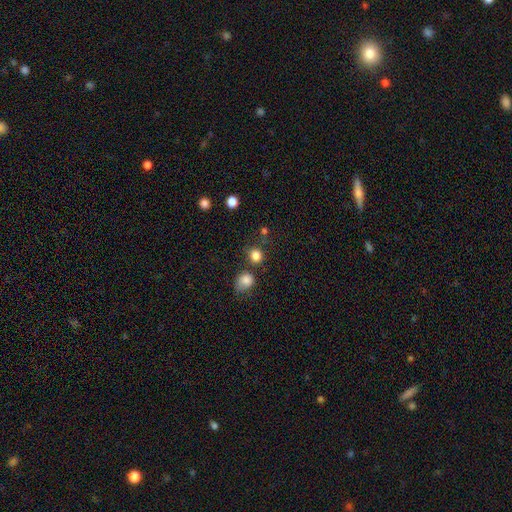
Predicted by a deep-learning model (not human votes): This appears to be a smooth galaxy with no disk features (82%) that is round (81%). Merging: none (70%).